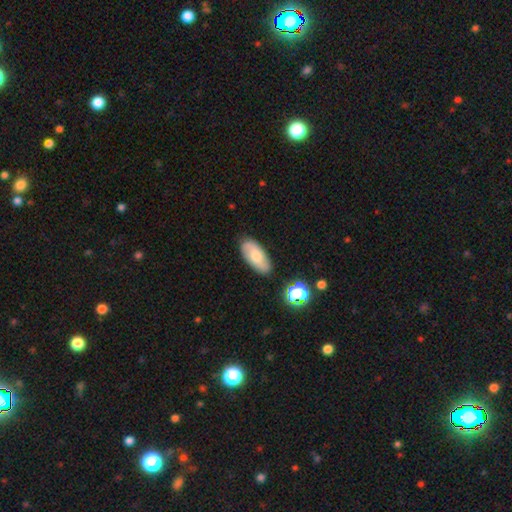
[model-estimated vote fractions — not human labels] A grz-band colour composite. It shows a smooth galaxy with no disk features (60%) that is in between round and cigar-shaped (91%). Merging: none (80%).